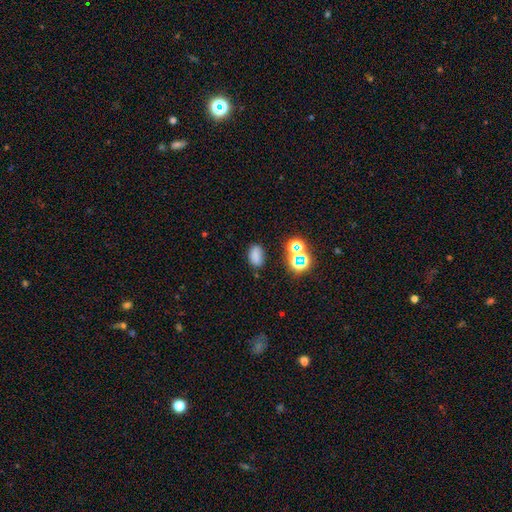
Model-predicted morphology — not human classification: This appears to be a smooth galaxy with no disk features (73%) that is in between round and cigar-shaped (85%). Merging: none (77%).